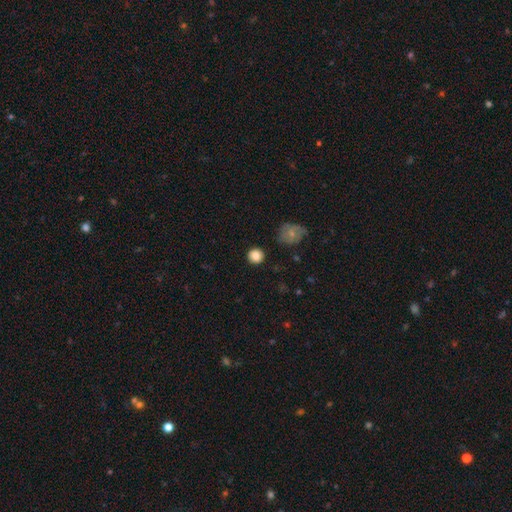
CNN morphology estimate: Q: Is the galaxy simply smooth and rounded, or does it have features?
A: smooth — 85%.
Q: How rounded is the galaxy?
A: round — 92%.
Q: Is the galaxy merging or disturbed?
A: none — 88%.